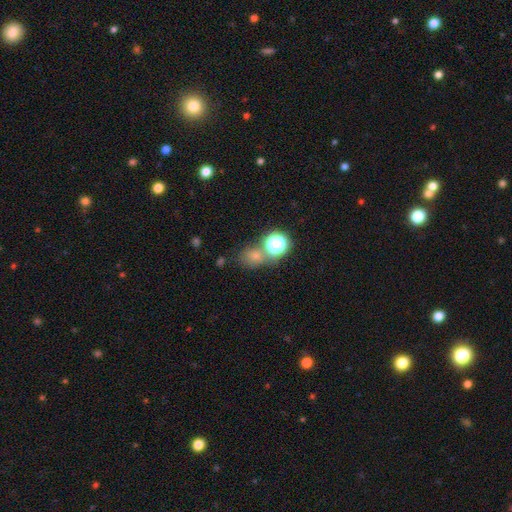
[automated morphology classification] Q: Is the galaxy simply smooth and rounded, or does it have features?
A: smooth — 63%.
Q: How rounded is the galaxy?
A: round — 63%.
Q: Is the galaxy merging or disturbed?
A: none — 56%.